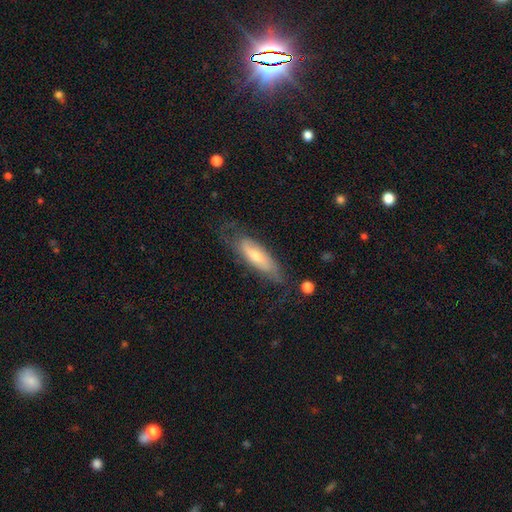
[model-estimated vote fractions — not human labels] smooth-or-featured: featured or disk: 53% | smooth: 40% | star or artifact: 7%
  disk-edge-on: no: 62% | yes: 38%
  merging: none: 59% | minor disturbance: 25% | major disturbance: 14% | merger: 2%